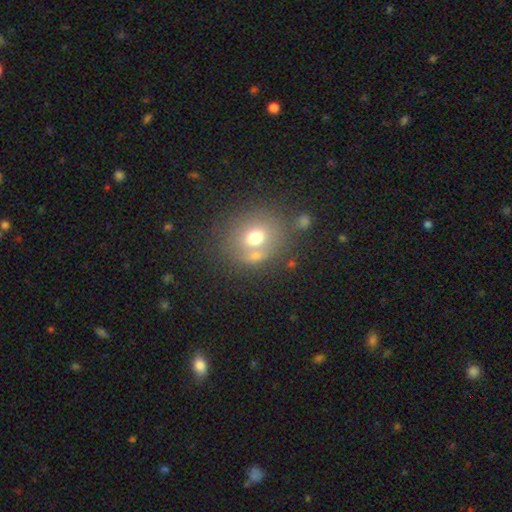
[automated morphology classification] This is likely a smooth galaxy (63%). How rounded: likely round (77%). Merging: possibly none (60%).